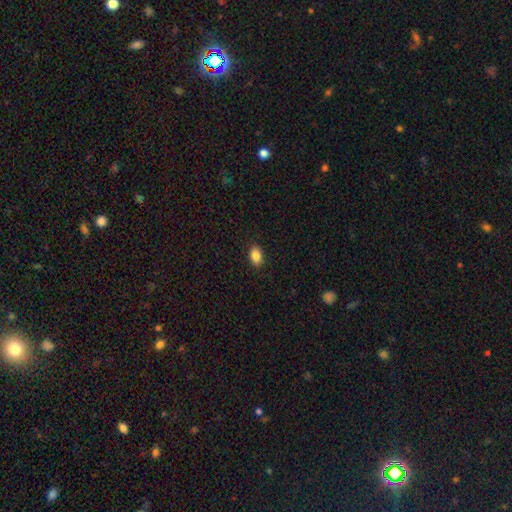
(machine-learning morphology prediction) type=smooth (87%); roundness=in between (86%); merging=none (89%).